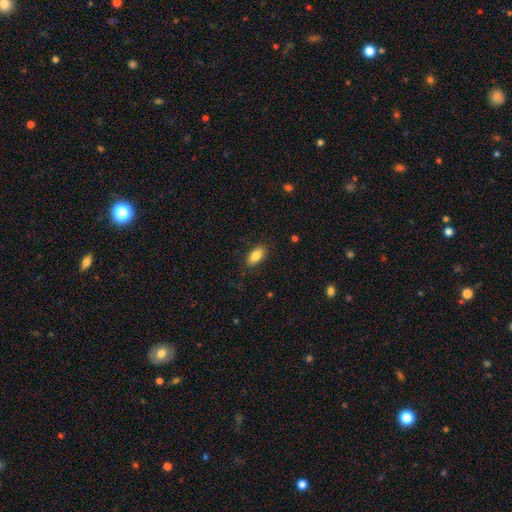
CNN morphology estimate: This appears to be a smooth galaxy with no disk features (85%) that is in between round and cigar-shaped (90%). Merging: none (85%).